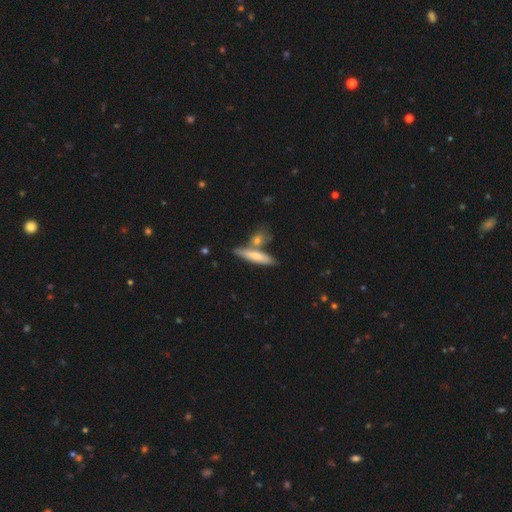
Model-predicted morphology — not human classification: type=smooth (65%); roundness=cigar-shaped (81%); merging=none (65%).